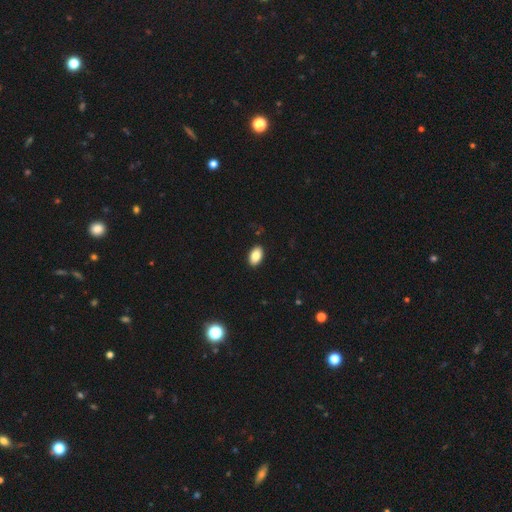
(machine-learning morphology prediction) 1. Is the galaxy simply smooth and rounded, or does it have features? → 83% smooth, 9% featured or disk, 8% star or artifact.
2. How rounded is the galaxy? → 92% in between, 6% round, 2% cigar-shaped.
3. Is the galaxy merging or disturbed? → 89% none, 8% minor disturbance, 2% major disturbance, 1% merger.